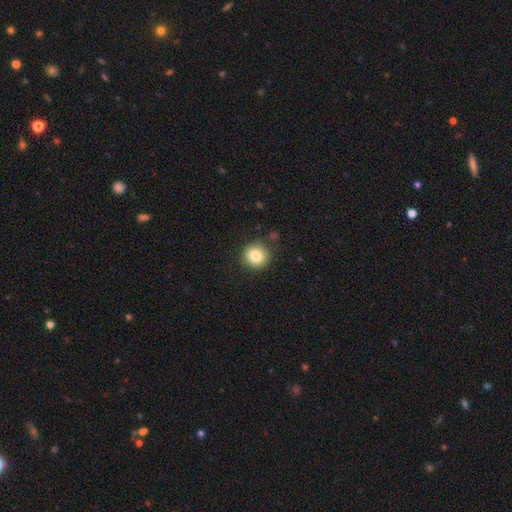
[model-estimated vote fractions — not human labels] Smooth or featured?
  - smooth: 82% *
  - star or artifact: 10%
  - featured or disk: 7%
How rounded?
  - round: 92% *
  - in between: 7%
  - cigar-shaped: 1%
Merging?
  - none: 84% *
  - minor disturbance: 10%
  - major disturbance: 3%
  - merger: 2%